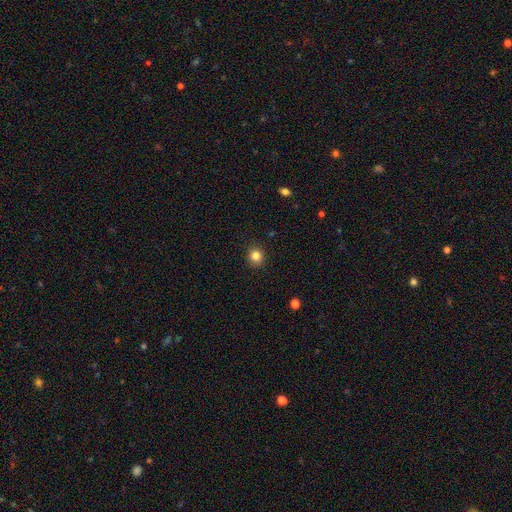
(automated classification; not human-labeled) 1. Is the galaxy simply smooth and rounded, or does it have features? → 83% smooth, 12% star or artifact, 5% featured or disk.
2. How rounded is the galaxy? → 85% round, 14% in between, 1% cigar-shaped.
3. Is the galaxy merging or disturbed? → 90% none, 7% minor disturbance, 2% major disturbance, 1% merger.